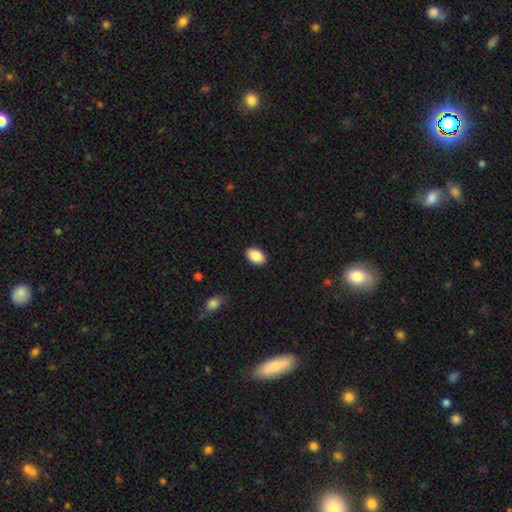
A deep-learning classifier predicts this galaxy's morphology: Q: Smooth or featured?
A: smooth (88%); runner-up: star or artifact (7%)
Q: How rounded?
A: in between (92%); runner-up: round (7%)
Q: Merging?
A: none (89%); runner-up: minor disturbance (8%)